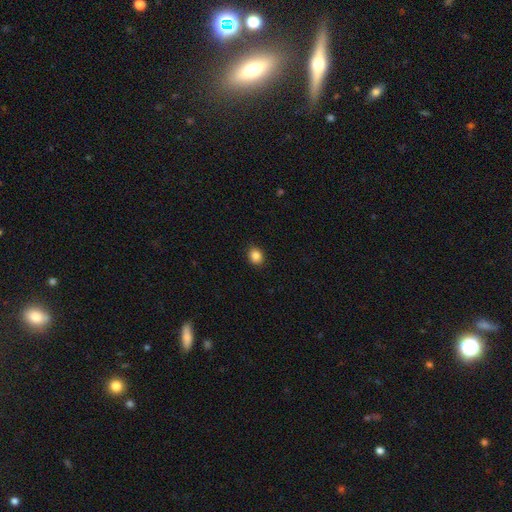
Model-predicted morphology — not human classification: Smooth or featured?
  - smooth: 86% *
  - star or artifact: 10%
  - featured or disk: 4%
How rounded?
  - round: 59% *
  - in between: 40%
  - cigar-shaped: 1%
Merging?
  - none: 90% *
  - minor disturbance: 8%
  - major disturbance: 2%
  - merger: 1%